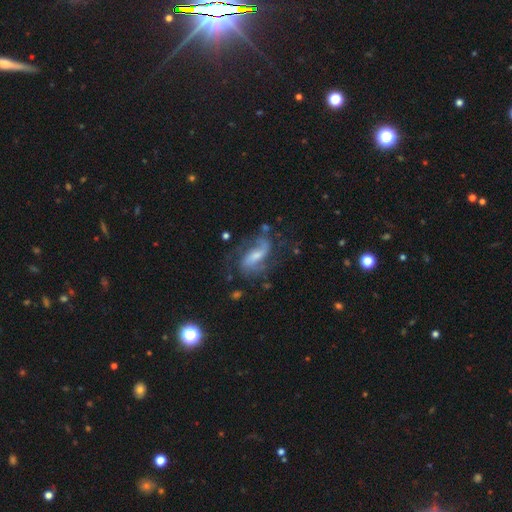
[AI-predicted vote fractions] Smooth or featured?
  - featured or disk: 81% *
  - smooth: 12%
  - star or artifact: 7%
Edge-on disk?
  - no: 95% *
  - yes: 5%
Bar?
  - weak: 44% *
  - strong: 28%
  - no: 27%
Spiral arms?
  - yes: 94% *
  - no: 6%
Spiral winding?
  - medium: 46% *
  - loose: 37%
  - tight: 17%
Spiral arm count?
  - 2: 81% *
  - can't tell: 7%
  - 1: 5%
  - 3: 4%
  - 4: 2%
  - more than 4: 1%
Bulge size?
  - moderate: 41% *
  - small: 40%
  - none: 10%
  - large: 8%
  - dominant: 2%
Merging?
  - none: 61% *
  - minor disturbance: 20%
  - major disturbance: 16%
  - merger: 3%